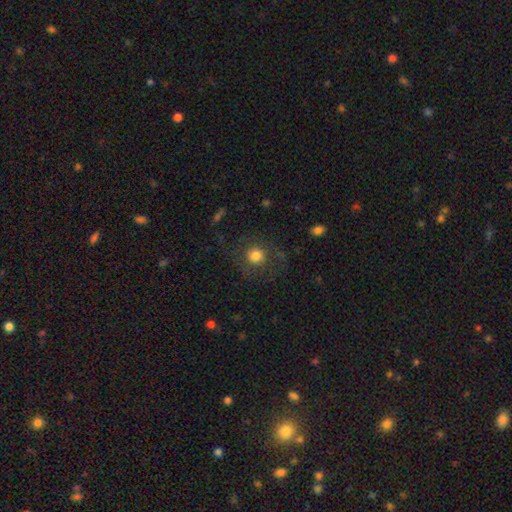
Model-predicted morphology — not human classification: The model was most divided on "smooth or featured": smooth: 68%, featured or disk: 20%, star or artifact: 12%. More confident: how rounded — round (91%); merging — none (71%).